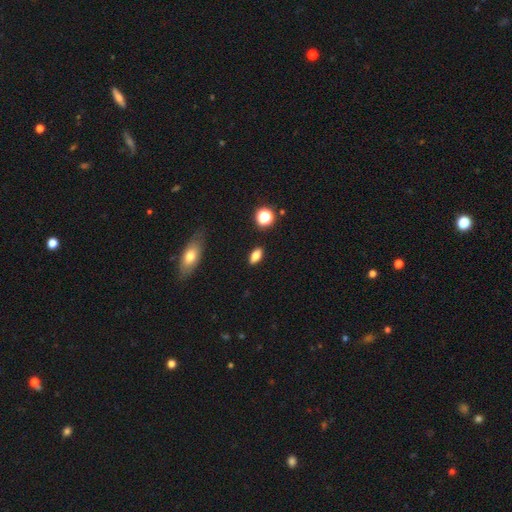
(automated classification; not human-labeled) This is likely a smooth galaxy (77%). How rounded: clearly in between (83%). Merging: clearly none (87%).